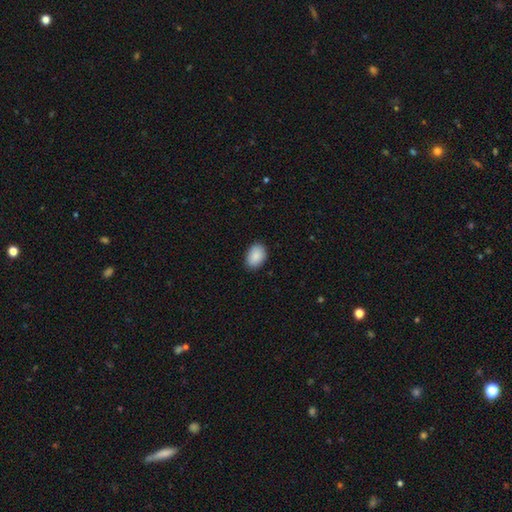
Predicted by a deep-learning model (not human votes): Smooth or featured? smooth (90%)
How rounded? in between (85%)
Merging? none (87%)